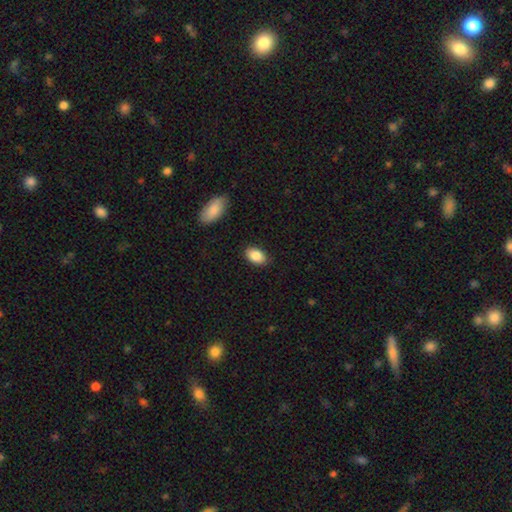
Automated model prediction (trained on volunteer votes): Smooth or featured: smooth — 86% (star or artifact — 7%)
How rounded: in between — 91% (round — 8%)
Merging: none — 86% (minor disturbance — 10%)